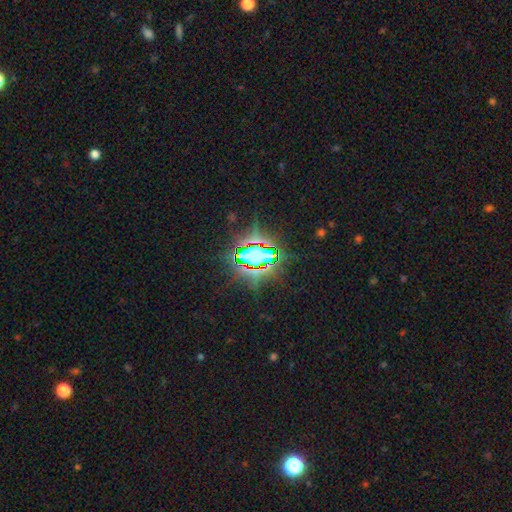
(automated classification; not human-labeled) smooth_or_featured: star or artifact (p=0.74) [alt: smooth p=0.14]